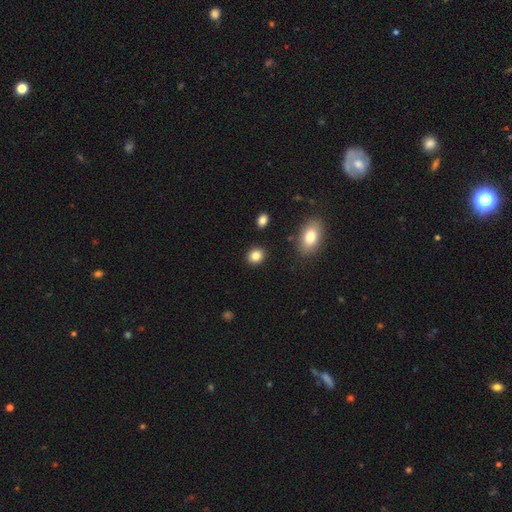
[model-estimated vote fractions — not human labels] A smooth galaxy with no disk features (85%) that is round (68%). Merging: none (89%).